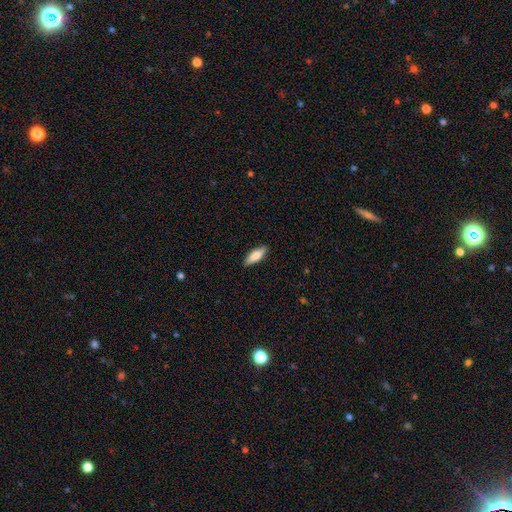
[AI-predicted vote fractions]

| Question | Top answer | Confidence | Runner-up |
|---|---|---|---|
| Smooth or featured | smooth | 77% | featured or disk (17%) |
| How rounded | in between | 56% | cigar-shaped (42%) |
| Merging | none | 88% | minor disturbance (9%) |